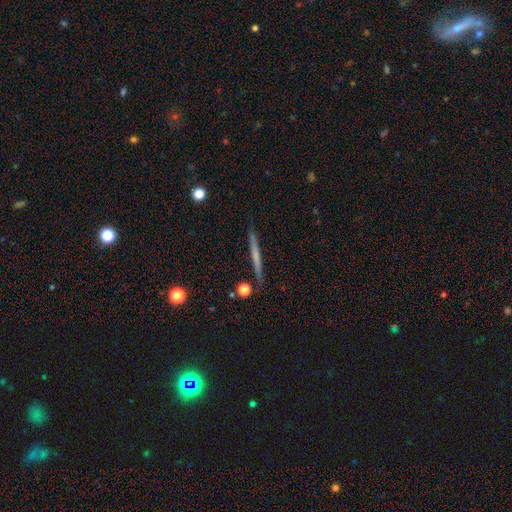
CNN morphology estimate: Smooth or featured?
  - featured or disk: 48% *
  - smooth: 46%
  - star or artifact: 6%
Merging?
  - none: 90% *
  - minor disturbance: 7%
  - merger: 2%
  - major disturbance: 2%